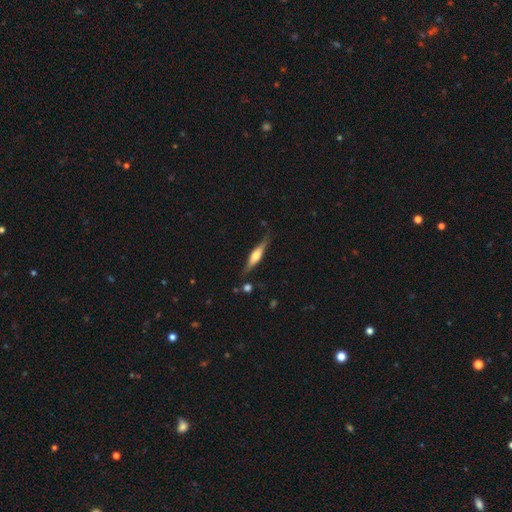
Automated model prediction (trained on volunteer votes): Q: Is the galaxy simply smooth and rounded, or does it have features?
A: featured or disk — 63%.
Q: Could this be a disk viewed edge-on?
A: yes — 95%.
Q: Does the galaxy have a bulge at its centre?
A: rounded — 86%.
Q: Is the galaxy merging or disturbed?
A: none — 79%.